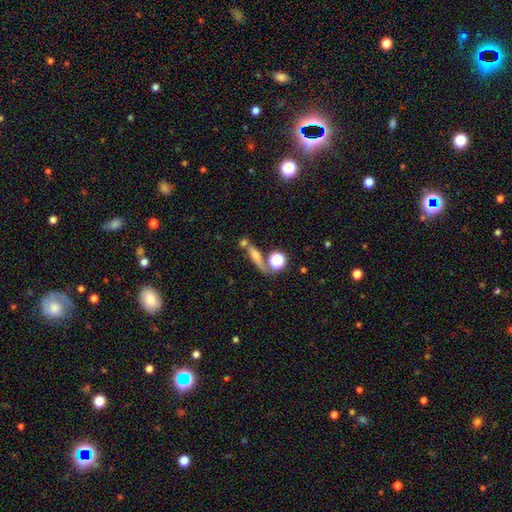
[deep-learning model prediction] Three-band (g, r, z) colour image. It shows a featured or disk galaxy (42%). Merging: none (59%).